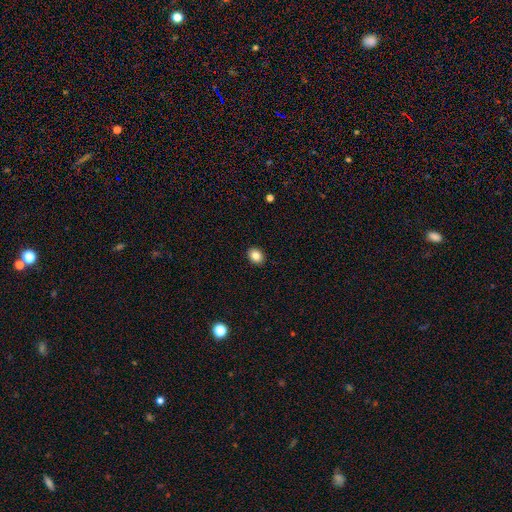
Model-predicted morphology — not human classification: This is clearly a smooth galaxy (85%). How rounded: possibly in between (55%). Merging: clearly none (91%).